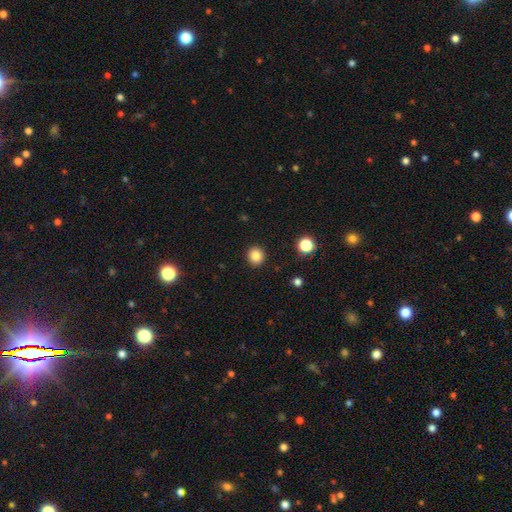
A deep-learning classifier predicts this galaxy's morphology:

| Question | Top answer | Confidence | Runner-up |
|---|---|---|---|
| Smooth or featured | smooth | 84% | star or artifact (11%) |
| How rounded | round | 90% | in between (9%) |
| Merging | none | 93% | minor disturbance (5%) |